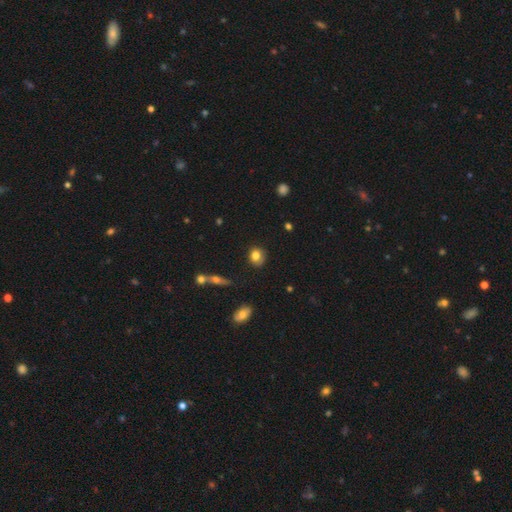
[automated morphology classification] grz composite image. It shows a smooth galaxy with no disk features (80%) that is round (71%). Merging: none (79%).